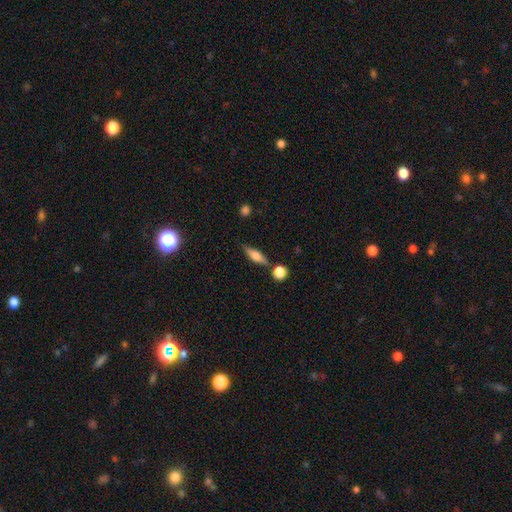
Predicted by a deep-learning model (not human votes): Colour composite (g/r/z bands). It shows a smooth galaxy with no disk features (51%) that is cigar-shaped (51%). Merging: none (74%).